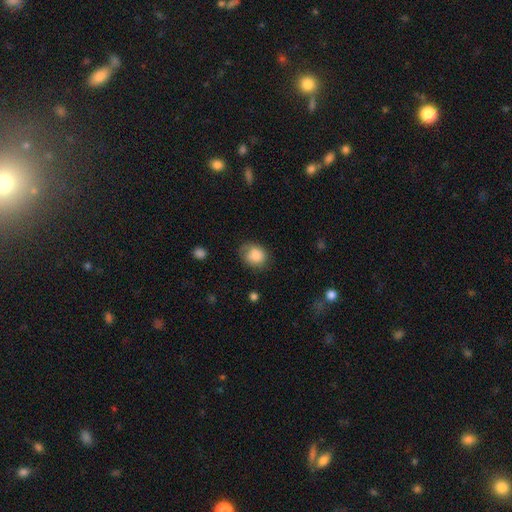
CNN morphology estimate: Smooth or featured? smooth (85%)
How rounded? round (54%)
Merging? none (64%)